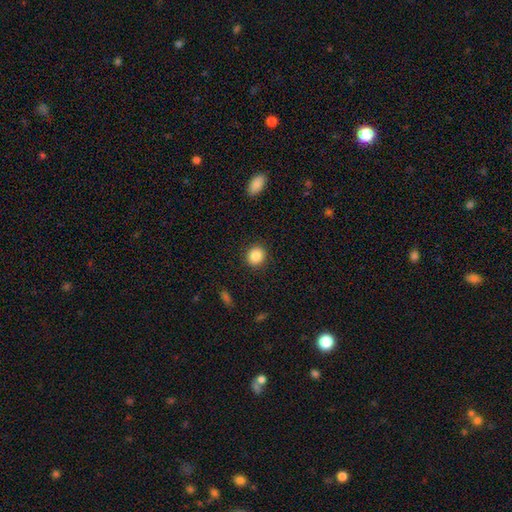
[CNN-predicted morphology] type=smooth (88%); roundness=round (82%); merging=none (90%).